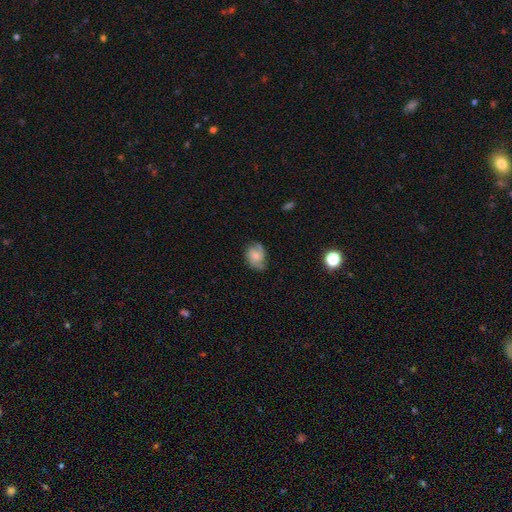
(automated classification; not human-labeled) featured or disk 61%, smooth 30%, star or artifact 8%. Down the decision tree: edge-on disk — no (97%); bar — no (68%); spiral arms — yes (92%); spiral arm count — 2 (57%); spiral winding — medium (46%); bulge size — small (44%); merging — none (66%).